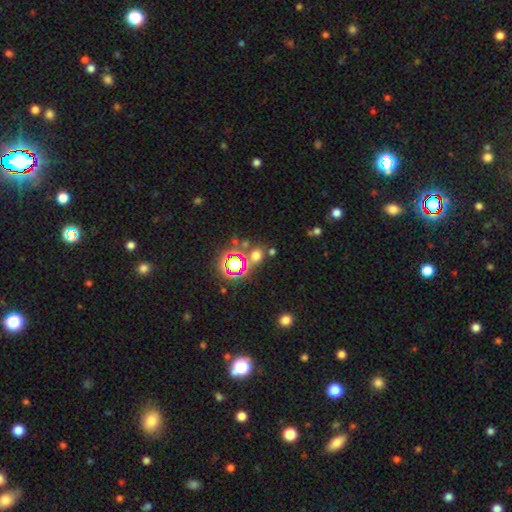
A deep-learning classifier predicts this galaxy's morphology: A smooth galaxy with no disk features (54%) that is round (74%).

Vote fractions:
- Smooth or featured? smooth: 54% / star or artifact: 38% / featured or disk: 8%
- How rounded? round: 74% / in between: 25% / cigar-shaped: 2%
- Merging? none: 68% / merger: 17% / minor disturbance: 10% / major disturbance: 5%